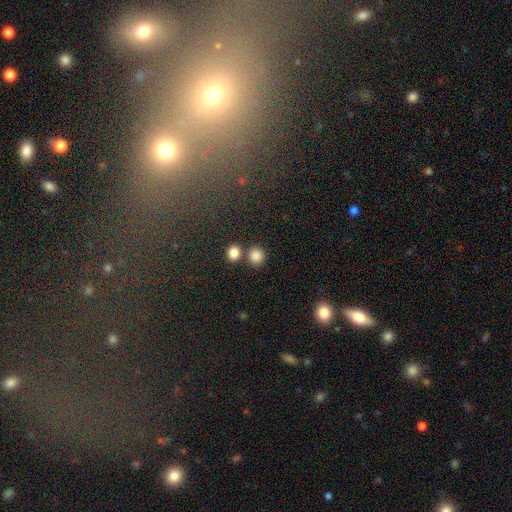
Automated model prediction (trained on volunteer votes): smooth 84%, star or artifact 11%, featured or disk 5%. Down the decision tree: how rounded — round (86%); merging — none (69%).